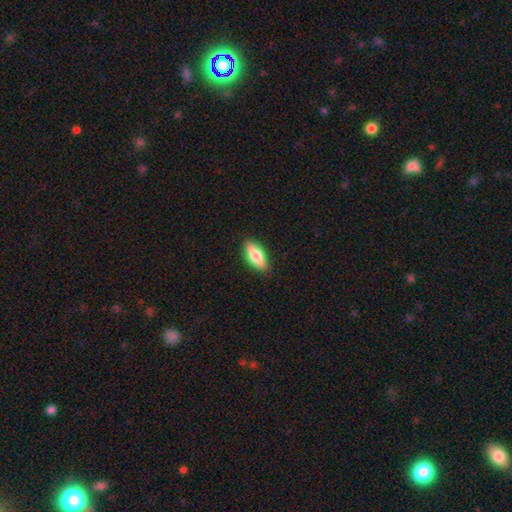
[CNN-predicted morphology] smooth 73%, featured or disk 21%, star or artifact 6%. Down the decision tree: how rounded — in between (74%); merging — none (88%).